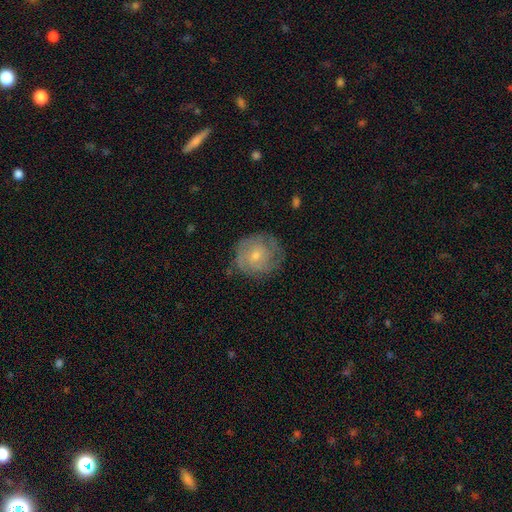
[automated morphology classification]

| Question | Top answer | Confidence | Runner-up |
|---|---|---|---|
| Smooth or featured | featured or disk | 58% | smooth (35%) |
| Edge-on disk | no | 97% | yes (3%) |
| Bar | no | 73% | weak (24%) |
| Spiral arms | yes | 81% | no (19%) |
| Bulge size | small | 55% | moderate (40%) |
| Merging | none | 69% | minor disturbance (21%) |